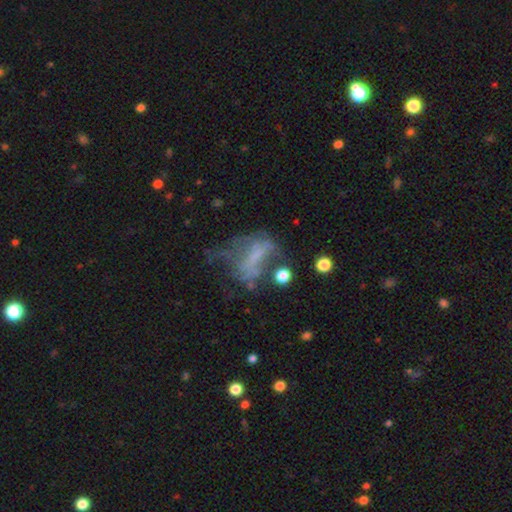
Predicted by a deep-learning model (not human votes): This appears to be a featured or disk galaxy (51%). Merging: major disturbance (43%).